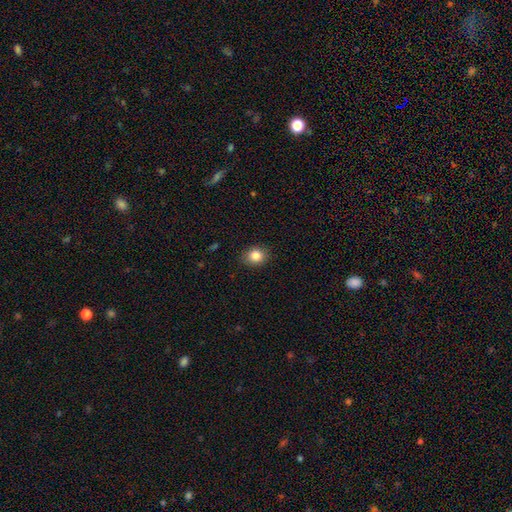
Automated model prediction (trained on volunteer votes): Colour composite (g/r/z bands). It shows a smooth galaxy with no disk features (85%) that is round (59%). Merging: none (86%).